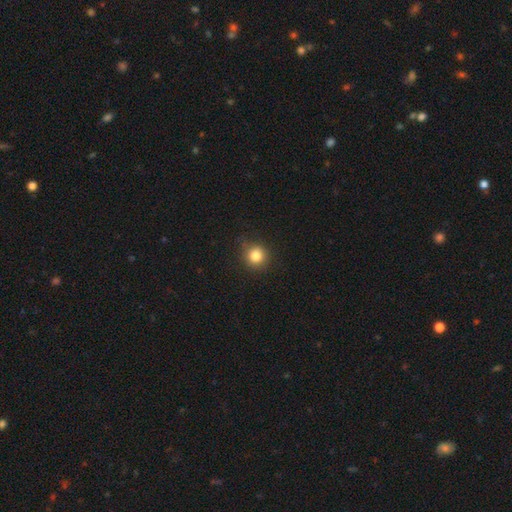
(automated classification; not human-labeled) The model was most divided on "smooth or featured": smooth: 83%, star or artifact: 11%, featured or disk: 6%. More confident: how rounded — round (92%); merging — none (84%).